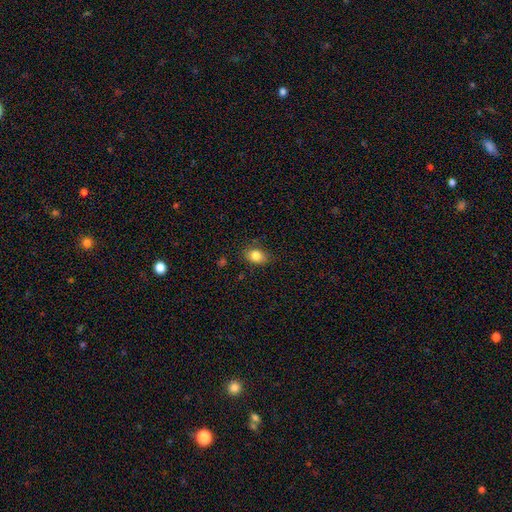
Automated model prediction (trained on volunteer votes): Overall: smooth (83%). How rounded: in between (69%; round 29%). Merging: none (80%).